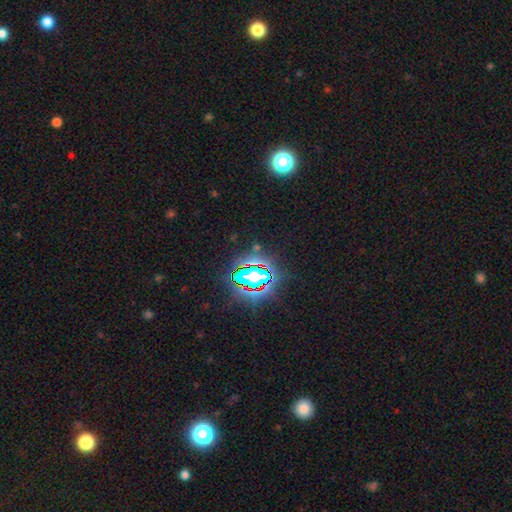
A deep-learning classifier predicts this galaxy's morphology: star or artifact 79%, smooth 13%, featured or disk 9%.